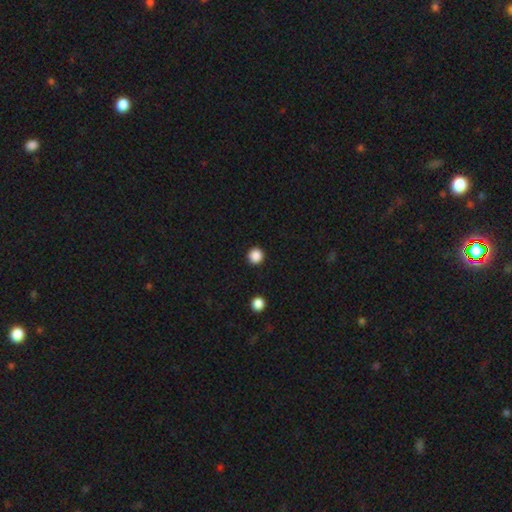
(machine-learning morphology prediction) A smooth galaxy with no disk features (87%) that is round (95%). Merging: none (93%).